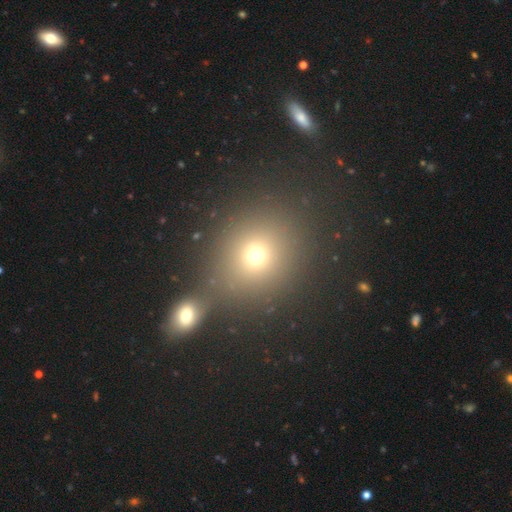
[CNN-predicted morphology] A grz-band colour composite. It shows a smooth galaxy with no disk features (69%) that is round (79%). Merging: none (67%).